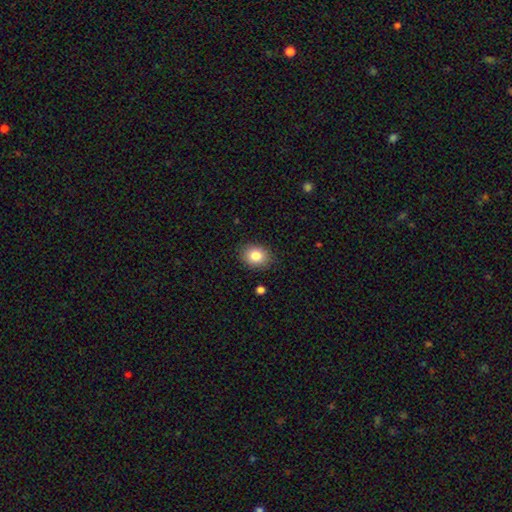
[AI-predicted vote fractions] Smooth or featured? smooth (83%)
How rounded? round (51%)
Merging? none (87%)